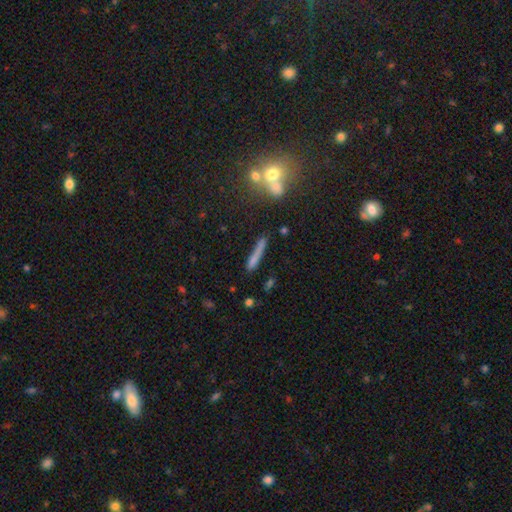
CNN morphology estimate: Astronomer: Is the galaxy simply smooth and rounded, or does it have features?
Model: smooth — 62%.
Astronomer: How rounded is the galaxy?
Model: cigar-shaped — 91%.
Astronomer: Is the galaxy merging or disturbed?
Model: none — 67%.